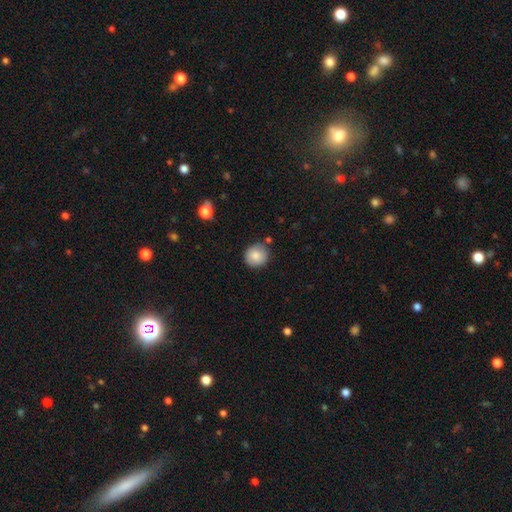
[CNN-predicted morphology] Smooth or featured?
  - smooth: 85% *
  - star or artifact: 8%
  - featured or disk: 7%
How rounded?
  - round: 90% *
  - in between: 9%
  - cigar-shaped: 1%
Merging?
  - none: 82% *
  - minor disturbance: 11%
  - merger: 4%
  - major disturbance: 3%